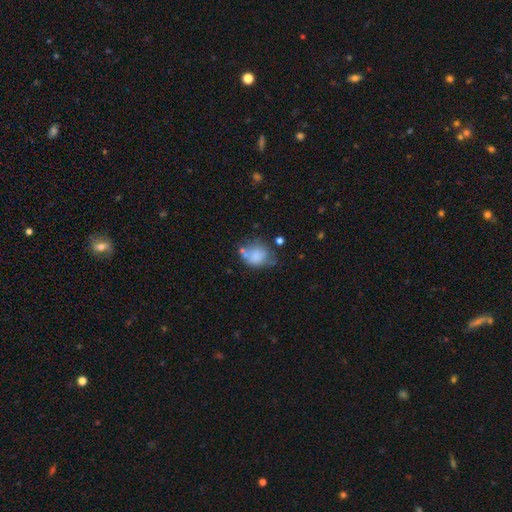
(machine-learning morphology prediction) The model was most divided on "how rounded": in between: 50%, round: 49%, cigar-shaped: 1%. Remaining: smooth or featured — smooth (69%); merging — none (35%).